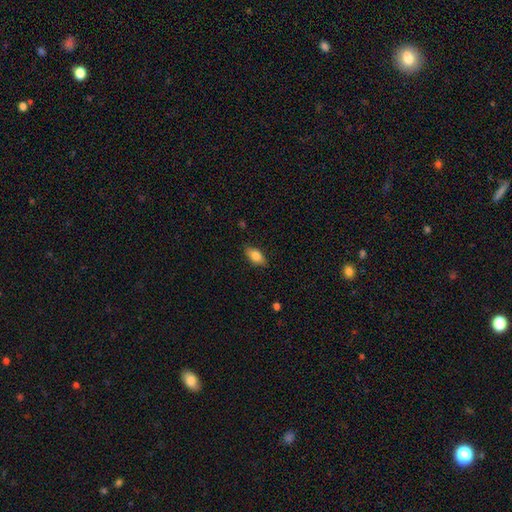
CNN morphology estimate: Smooth or featured: smooth — 82% (featured or disk — 11%)
How rounded: in between — 88% (cigar-shaped — 7%)
Merging: none — 83% (minor disturbance — 13%)